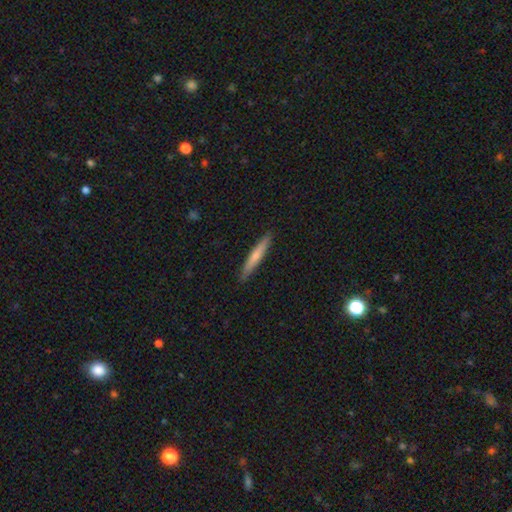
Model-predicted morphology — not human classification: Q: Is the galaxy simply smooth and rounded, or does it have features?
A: smooth — 64%.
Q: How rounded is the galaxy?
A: cigar-shaped — 94%.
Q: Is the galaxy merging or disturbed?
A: none — 90%.